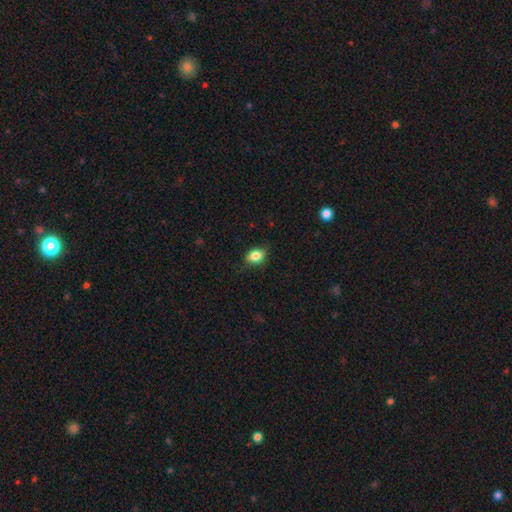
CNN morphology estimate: Q: Smooth or featured?
A: smooth (82%); runner-up: star or artifact (9%)
Q: How rounded?
A: in between (69%); runner-up: round (29%)
Q: Merging?
A: none (74%); runner-up: minor disturbance (21%)